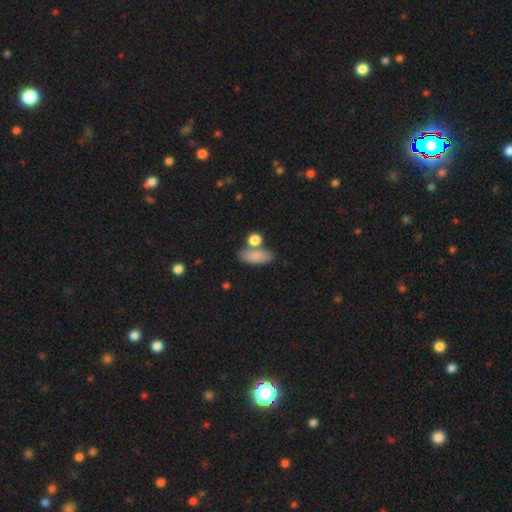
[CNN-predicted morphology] Smooth or featured?
  - smooth: 84% *
  - featured or disk: 9%
  - star or artifact: 7%
How rounded?
  - in between: 80% *
  - cigar-shaped: 13%
  - round: 7%
Merging?
  - none: 58% *
  - merger: 22%
  - minor disturbance: 15%
  - major disturbance: 5%